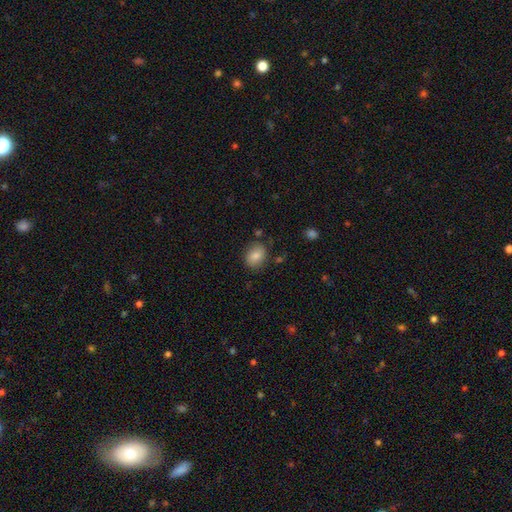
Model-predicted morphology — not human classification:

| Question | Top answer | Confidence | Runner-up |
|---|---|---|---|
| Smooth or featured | smooth | 83% | featured or disk (9%) |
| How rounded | in between | 60% | round (39%) |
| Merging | none | 78% | minor disturbance (15%) |